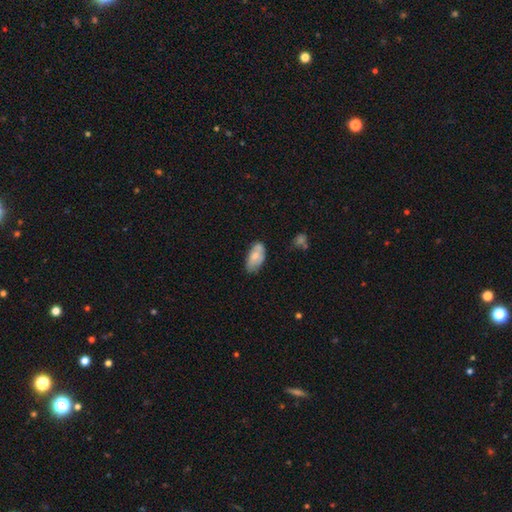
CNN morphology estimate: Smooth or featured: smooth — 72% (featured or disk — 22%)
How rounded: in between — 92% (cigar-shaped — 5%)
Merging: none — 57% (minor disturbance — 31%)